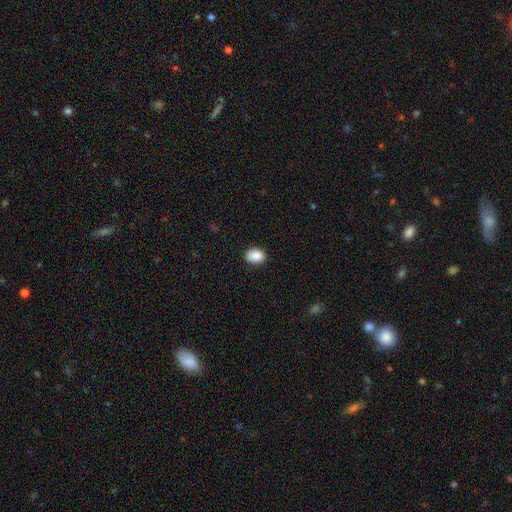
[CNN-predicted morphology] Smooth or featured? Predicted: smooth (p=0.89). How rounded? Predicted: in between (p=0.74). Merging? Predicted: none (p=0.89).